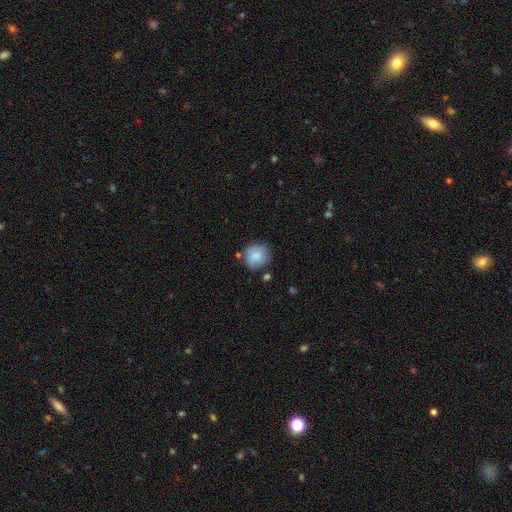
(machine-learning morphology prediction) A smooth galaxy with no disk features (85%) that is round (90%). Merging: none (79%).